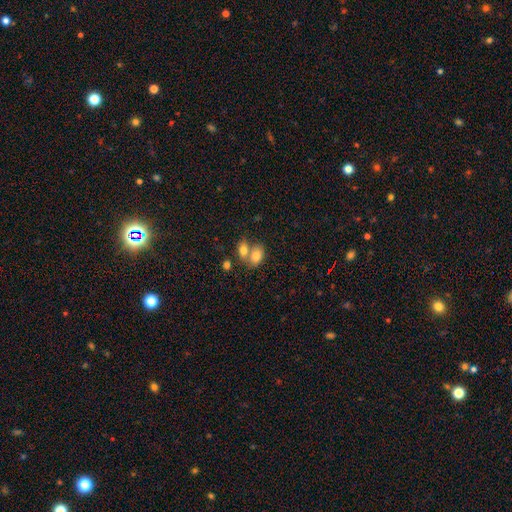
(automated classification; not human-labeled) Q: Smooth or featured?
A: smooth (78%); runner-up: featured or disk (13%)
Q: How rounded?
A: in between (79%); runner-up: round (19%)
Q: Merging?
A: merger (58%); runner-up: none (30%)